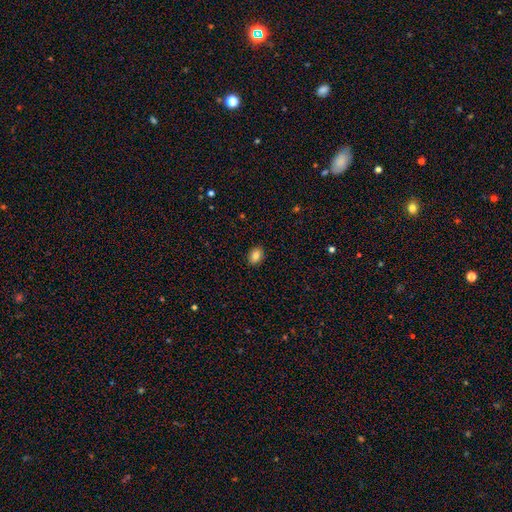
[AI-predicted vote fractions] smooth_or_featured: smooth (p=0.83) [alt: star or artifact p=0.09]
how_rounded: in between (p=0.69) [alt: round p=0.30]
merging: none (p=0.90) [alt: minor disturbance p=0.07]